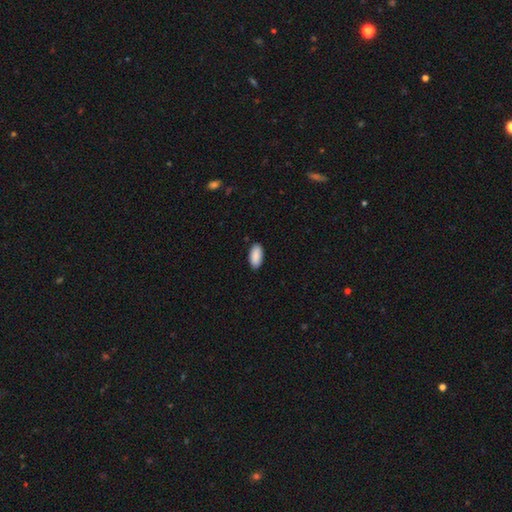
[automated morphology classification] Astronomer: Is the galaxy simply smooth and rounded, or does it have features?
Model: smooth — 90%.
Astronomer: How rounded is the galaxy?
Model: in between — 93%.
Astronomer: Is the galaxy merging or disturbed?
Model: none — 89%.